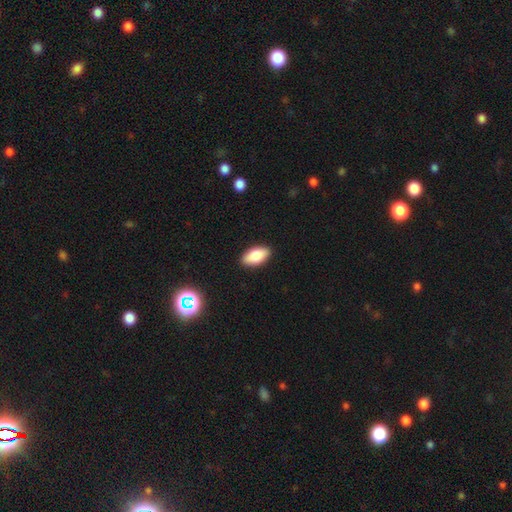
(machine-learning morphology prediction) smooth-or-featured: smooth: 81% | featured or disk: 12% | star or artifact: 7%
  how-rounded: in between: 92% | cigar-shaped: 5% | round: 3%
  merging: none: 90% | minor disturbance: 7% | major disturbance: 2% | merger: 1%